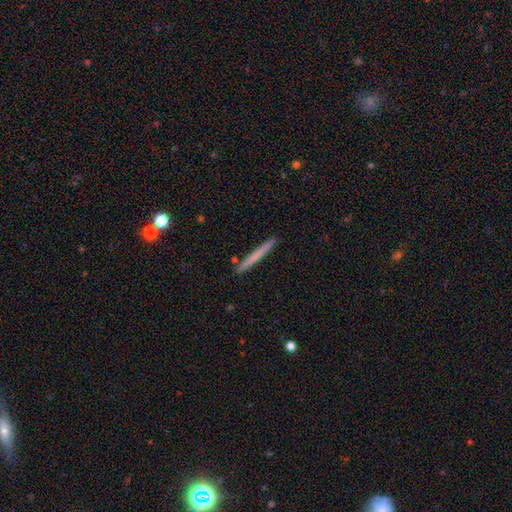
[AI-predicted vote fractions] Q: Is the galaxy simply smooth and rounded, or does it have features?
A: smooth — 61%.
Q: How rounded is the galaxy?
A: cigar-shaped — 97%.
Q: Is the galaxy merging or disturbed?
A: none — 92%.